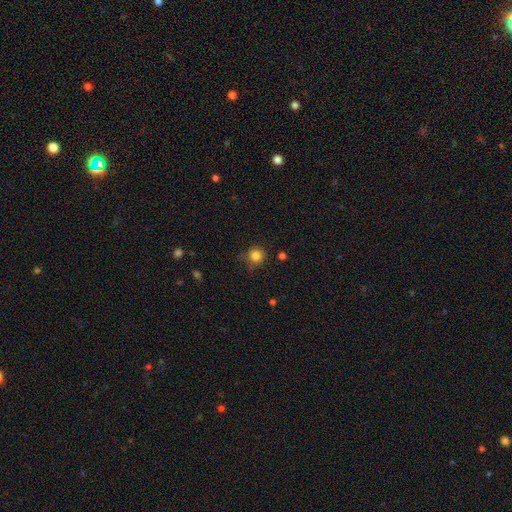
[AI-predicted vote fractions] Smooth or featured: smooth — 83% (star or artifact — 12%)
How rounded: round — 92% (in between — 7%)
Merging: none — 76% (minor disturbance — 17%)